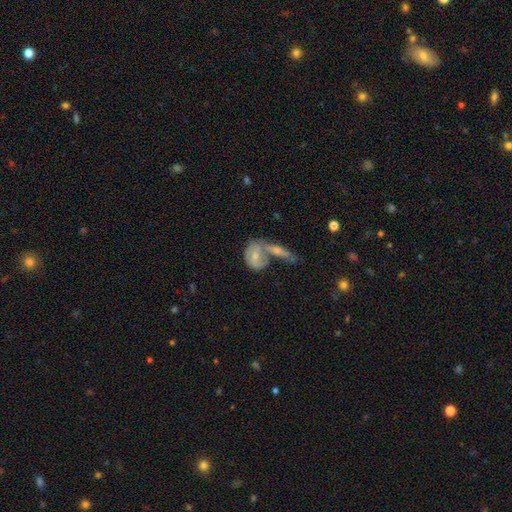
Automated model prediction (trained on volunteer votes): smooth_or_featured: smooth (p=0.51) [alt: featured or disk p=0.42]
how_rounded: in between (p=0.62) [alt: round p=0.30]
merging: merger (p=0.53) [alt: none p=0.27]